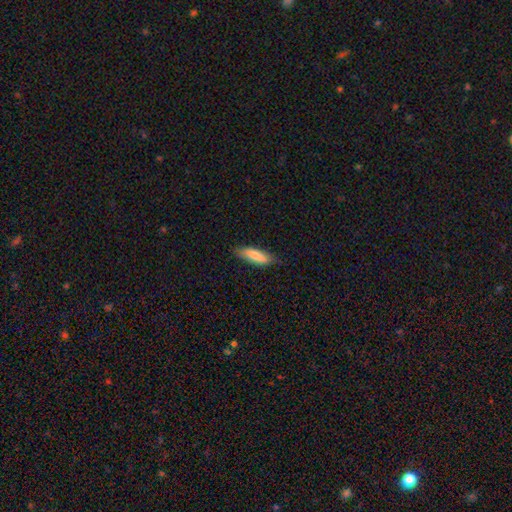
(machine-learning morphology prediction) smooth-or-featured: smooth: 80% | featured or disk: 14% | star or artifact: 6%
  how-rounded: cigar-shaped: 53% | in between: 45% | round: 2%
  merging: none: 80% | minor disturbance: 17% | major disturbance: 3% | merger: 1%